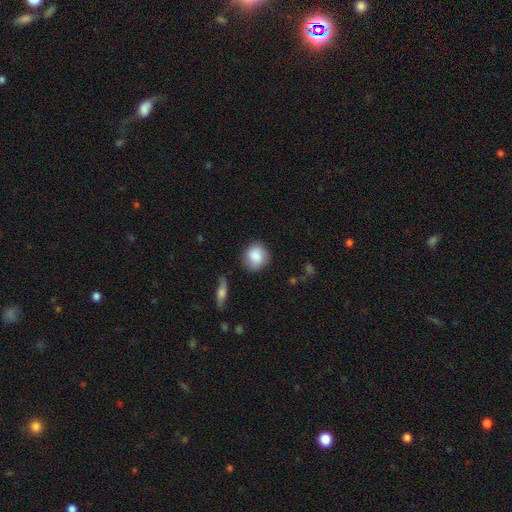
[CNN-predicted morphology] type=smooth (84%); roundness=round (85%); merging=none (77%).